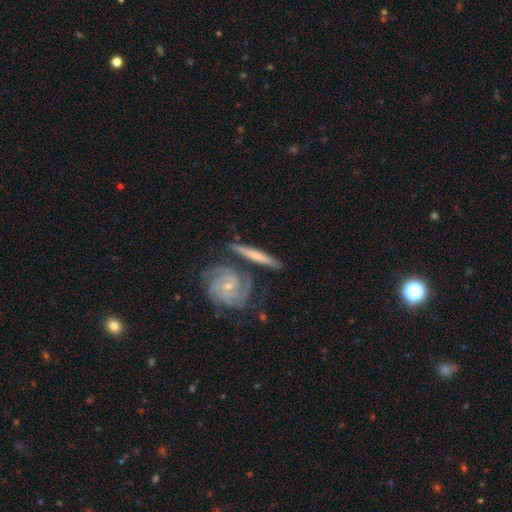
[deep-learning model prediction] Smooth or featured: featured or disk — 69% (smooth — 25%)
Edge-on disk: no — 56% (yes — 44%)
Merging: none — 67% (merger — 15%)